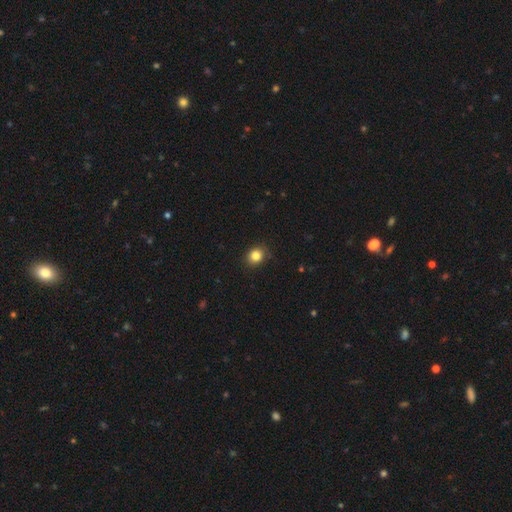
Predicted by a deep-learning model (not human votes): Overall: smooth (84%). How rounded: round (64%; in between 35%). Merging: none (88%).